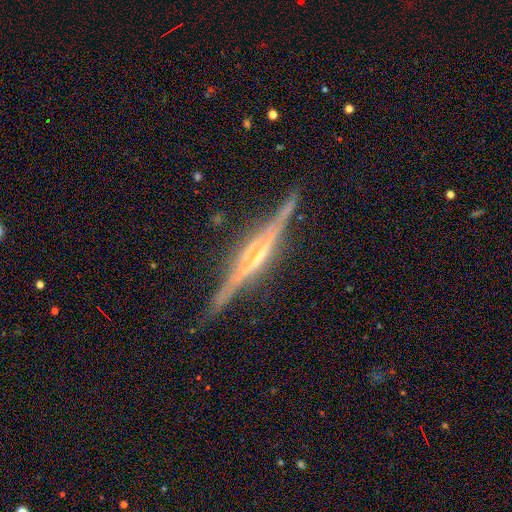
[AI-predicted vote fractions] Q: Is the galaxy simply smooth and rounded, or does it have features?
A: featured or disk — 87%.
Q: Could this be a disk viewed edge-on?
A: yes — 98%.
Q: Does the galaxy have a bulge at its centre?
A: rounded — 57%.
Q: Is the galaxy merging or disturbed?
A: none — 88%.